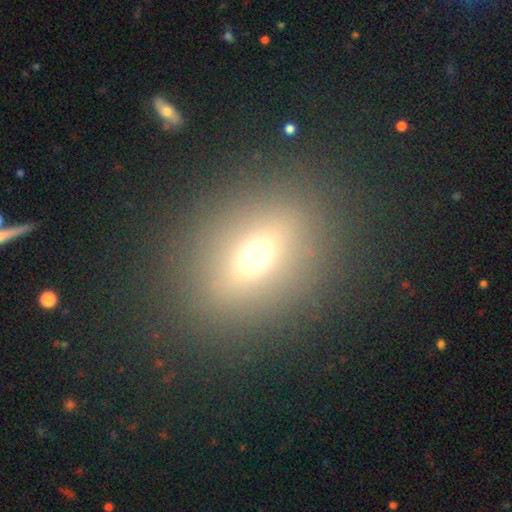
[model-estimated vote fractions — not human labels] This is possibly a smooth galaxy (57%). How rounded: possibly in between (58%). Merging: clearly none (87%).